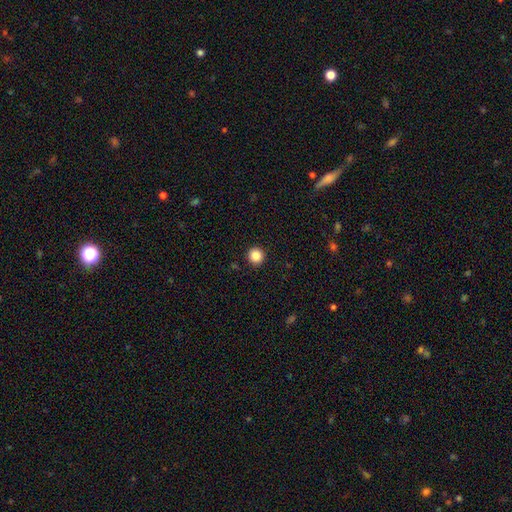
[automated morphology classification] Smooth or featured? Predicted: smooth (p=0.85). How rounded? Predicted: round (p=0.95). Merging? Predicted: none (p=0.93).